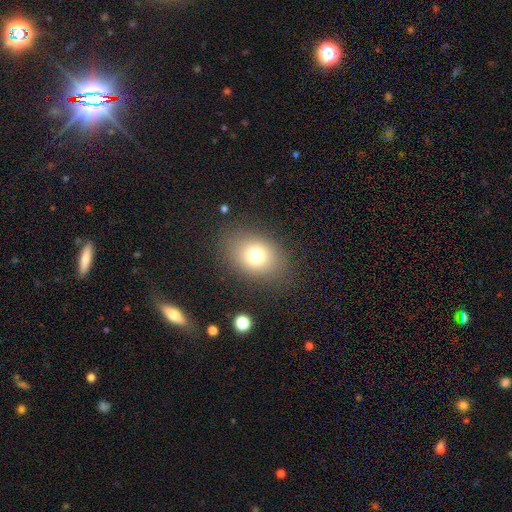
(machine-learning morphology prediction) smooth 74%, star or artifact 14%, featured or disk 12%. Down the decision tree: how rounded — in between (61%); merging — none (82%).